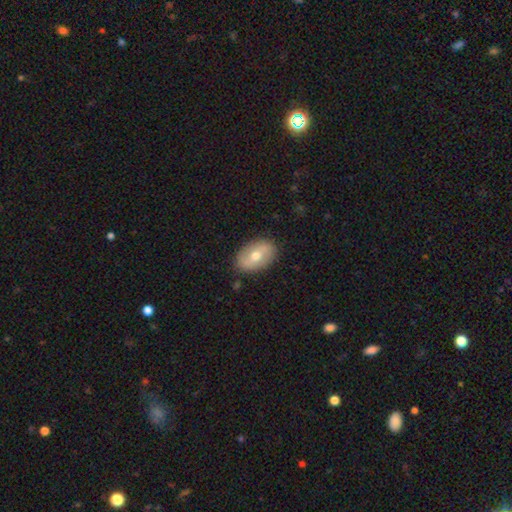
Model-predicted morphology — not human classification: smooth_or_featured: smooth (p=0.52) [alt: featured or disk p=0.41]
how_rounded: in between (p=0.88) [alt: round p=0.11]
merging: none (p=0.86) [alt: minor disturbance p=0.10]